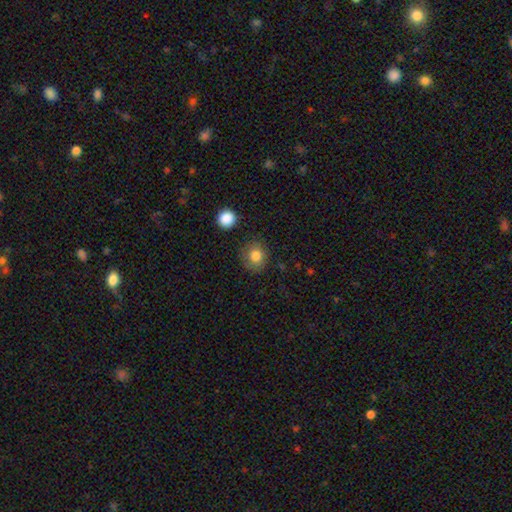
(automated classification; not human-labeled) Q: Smooth or featured?
A: smooth (82%); runner-up: star or artifact (10%)
Q: How rounded?
A: round (83%); runner-up: in between (16%)
Q: Merging?
A: none (79%); runner-up: minor disturbance (14%)